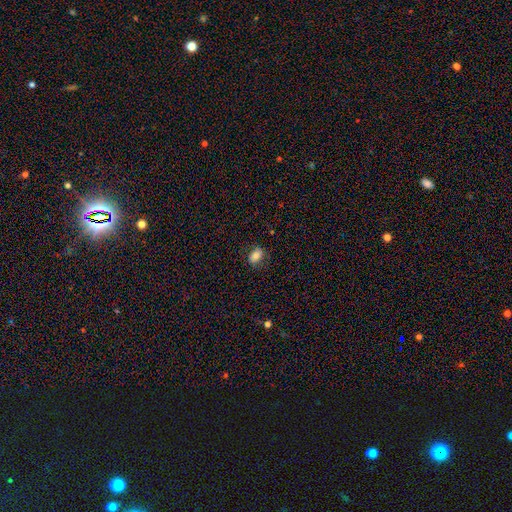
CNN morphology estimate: A smooth galaxy with no disk features (78%) that is in between round and cigar-shaped (77%).

Vote fractions:
- Smooth or featured? smooth: 78% / featured or disk: 12% / star or artifact: 10%
- How rounded? in between: 77% / round: 22% / cigar-shaped: 2%
- Merging? none: 80% / minor disturbance: 15% / major disturbance: 4% / merger: 1%